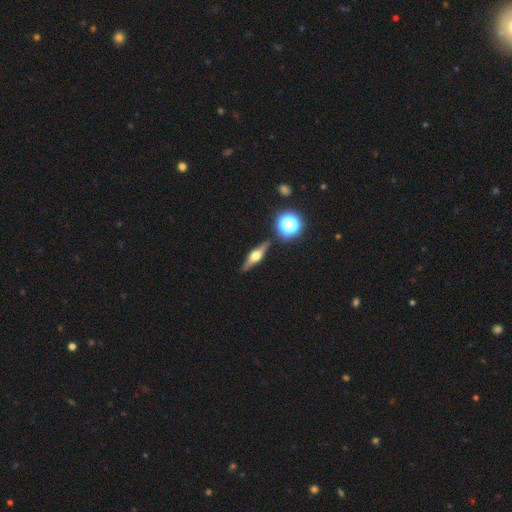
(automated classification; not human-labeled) The model was most divided on "smooth or featured": featured or disk: 65%, smooth: 26%, star or artifact: 9%. More confident: edge-on disk — yes (94%); edge-on bulge — rounded (94%); merging — none (87%).